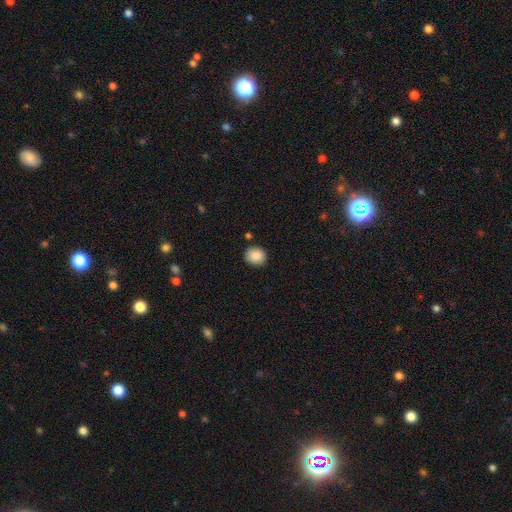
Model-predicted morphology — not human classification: A smooth galaxy with no disk features (87%) that is round (73%).

Vote fractions:
- Smooth or featured? smooth: 87% / star or artifact: 8% / featured or disk: 5%
- How rounded? round: 73% / in between: 26% / cigar-shaped: 1%
- Merging? none: 87% / minor disturbance: 9% / merger: 2% / major disturbance: 2%